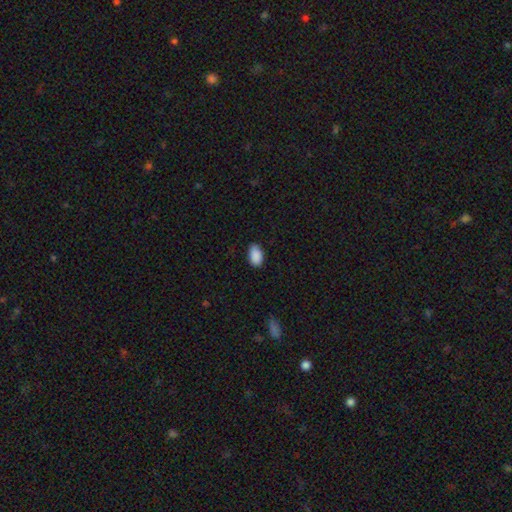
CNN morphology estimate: type=smooth (90%); roundness=in between (93%); merging=none (82%).